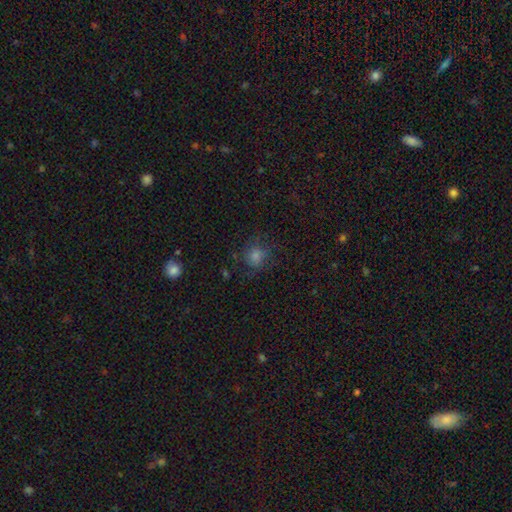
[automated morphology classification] smooth_or_featured: smooth (p=0.62) [alt: star or artifact p=0.24]
how_rounded: round (p=0.82) [alt: in between p=0.17]
merging: none (p=0.73) [alt: minor disturbance p=0.16]